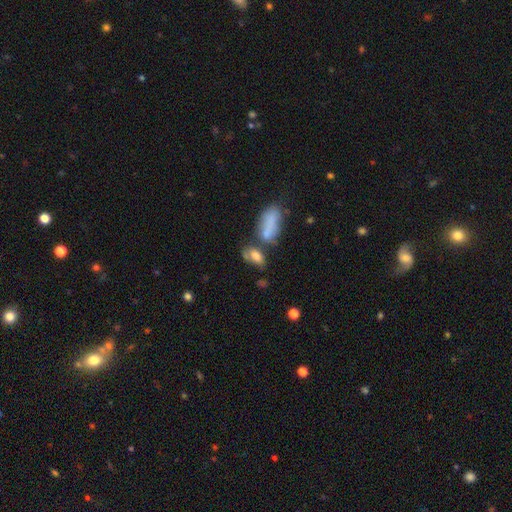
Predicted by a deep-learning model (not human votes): Q: Smooth or featured?
A: smooth (73%); runner-up: featured or disk (17%)
Q: How rounded?
A: in between (85%); runner-up: cigar-shaped (8%)
Q: Merging?
A: none (40%); runner-up: merger (32%)